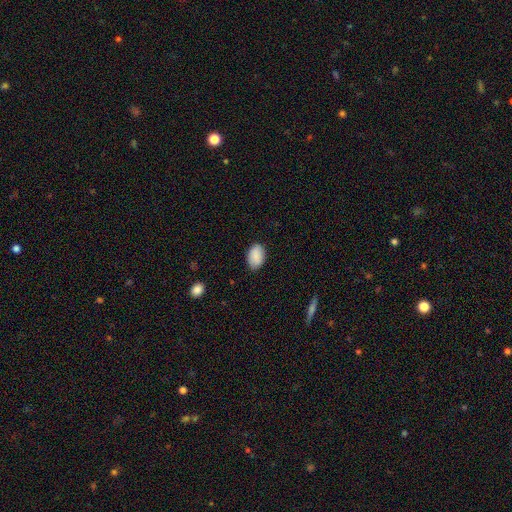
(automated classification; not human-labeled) Smooth or featured: smooth — 89% (star or artifact — 6%)
How rounded: in between — 90% (round — 9%)
Merging: none — 86% (minor disturbance — 11%)